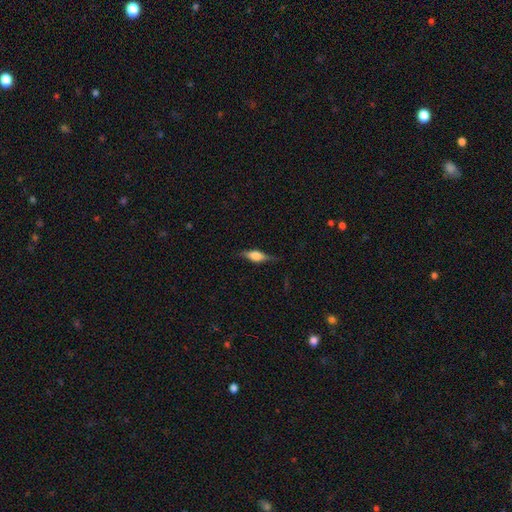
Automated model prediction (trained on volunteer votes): Smooth or featured? Predicted: featured or disk (p=0.53). Edge-on disk? Predicted: yes (p=0.94). Merging? Predicted: none (p=0.80).